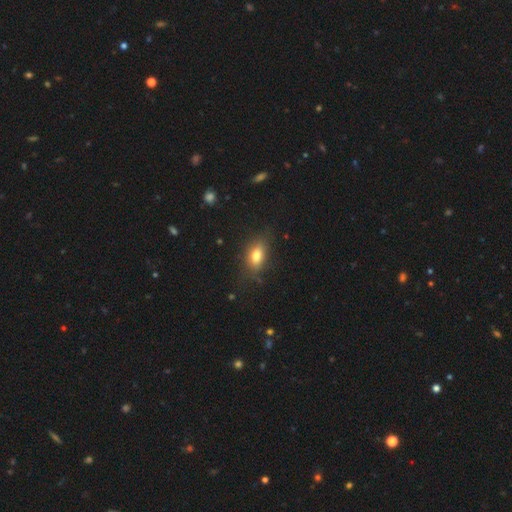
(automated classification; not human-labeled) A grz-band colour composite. It shows a smooth galaxy with no disk features (77%) that is in between round and cigar-shaped (84%). Merging: none (73%).